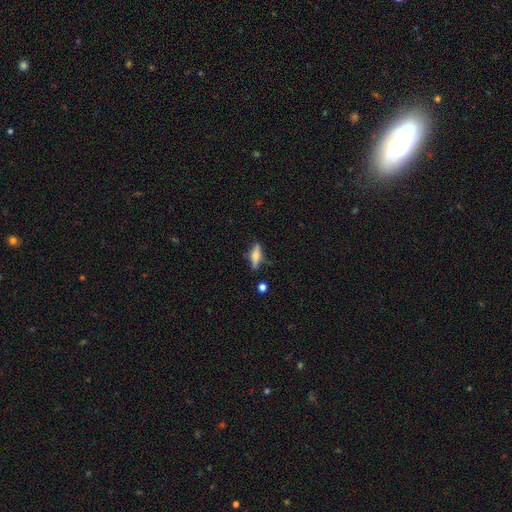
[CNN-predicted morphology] This appears to be a smooth galaxy with no disk features (53%) that is cigar-shaped (52%). Merging: none (70%).